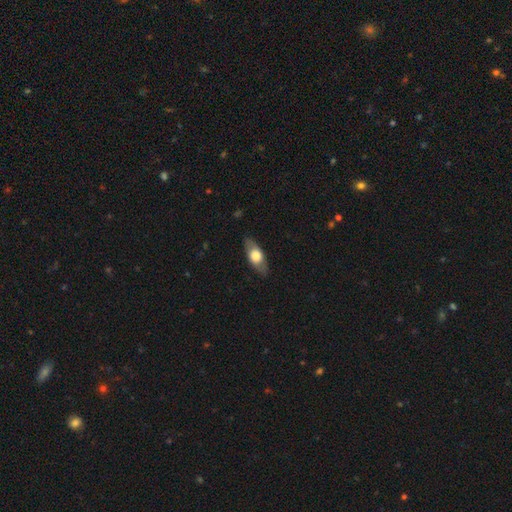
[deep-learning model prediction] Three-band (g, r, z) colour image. It shows a smooth galaxy with no disk features (56%) that is in between round and cigar-shaped (77%). Merging: none (84%).